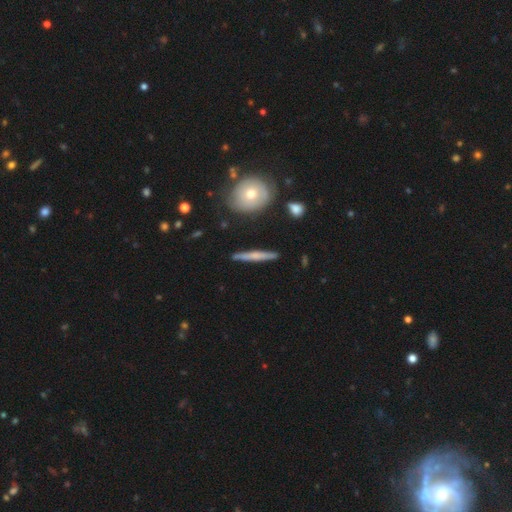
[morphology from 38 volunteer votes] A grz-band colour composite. It shows a featured or disk galaxy (71%) viewed edge-on (100%) with a rounded central bulge (85%). Merging: none (89%).